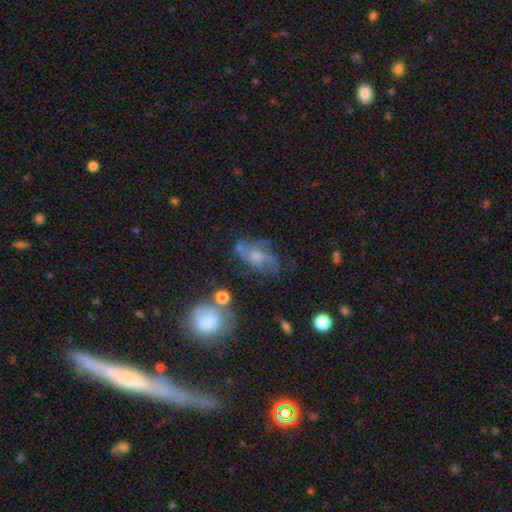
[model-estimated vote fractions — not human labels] smooth_or_featured: featured or disk (p=0.53) [alt: smooth p=0.35]
disk_edge_on: no (p=0.93) [alt: yes p=0.07]
merging: none (p=0.53) [alt: minor disturbance p=0.24]